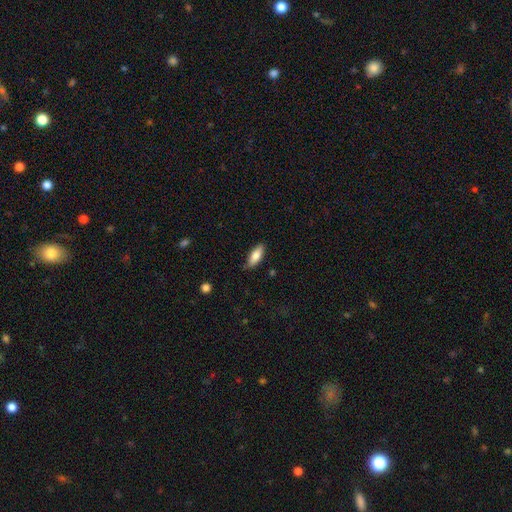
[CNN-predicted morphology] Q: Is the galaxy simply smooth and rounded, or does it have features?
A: smooth — 81%.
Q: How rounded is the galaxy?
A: in between — 73%.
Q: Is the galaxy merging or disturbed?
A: none — 82%.